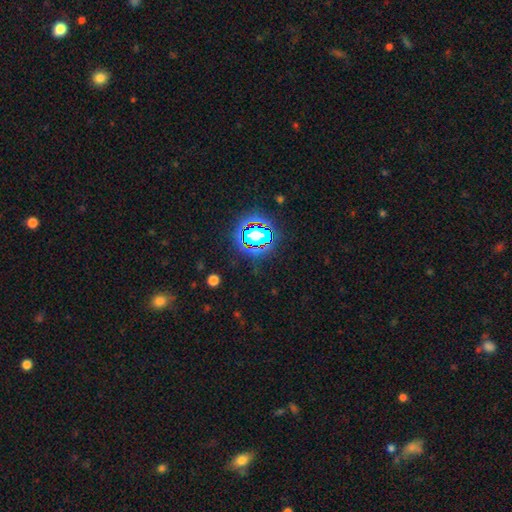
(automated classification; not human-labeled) A star or artifact, not a galaxy (77%).

Vote fractions:
- Smooth or featured? star or artifact: 77% / smooth: 15% / featured or disk: 8%